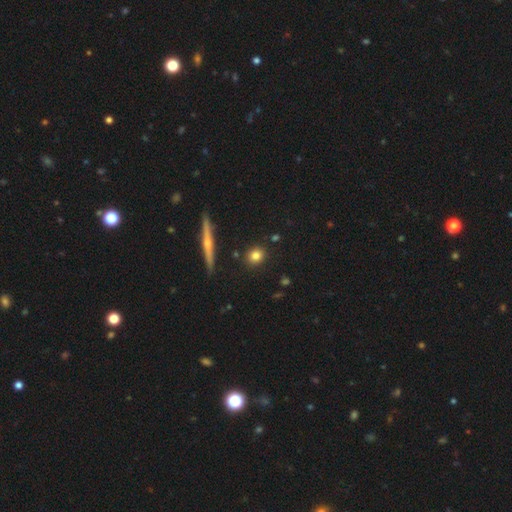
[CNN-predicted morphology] The model was most divided on "how rounded": round: 77%, in between: 19%, cigar-shaped: 4%. More confident: merging — none (89%); smooth or featured — smooth (79%).